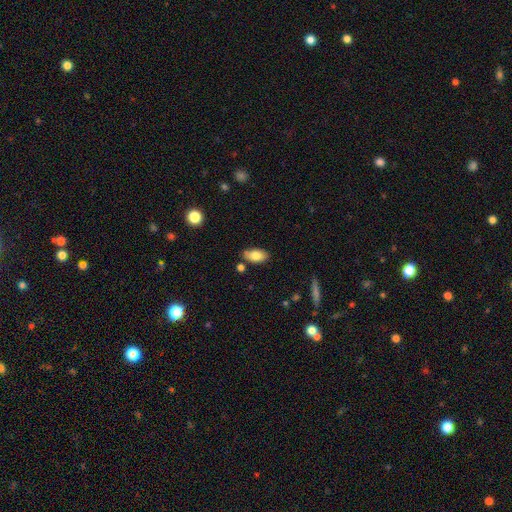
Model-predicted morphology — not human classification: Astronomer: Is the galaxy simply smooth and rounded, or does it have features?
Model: smooth — 79%.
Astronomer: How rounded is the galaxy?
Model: in between — 92%.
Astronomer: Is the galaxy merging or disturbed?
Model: none — 76%.